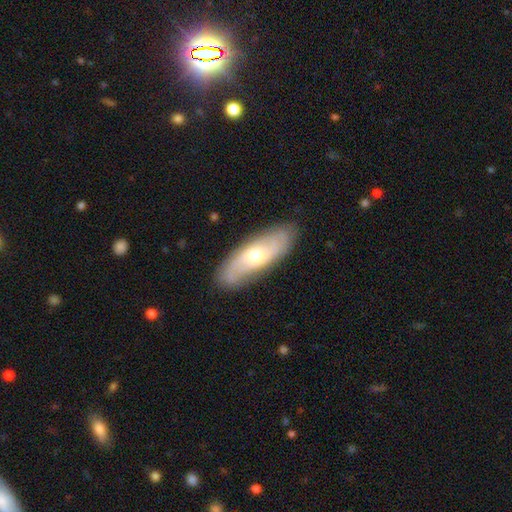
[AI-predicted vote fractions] A featured or disk galaxy (60%). Merging: none (85%).